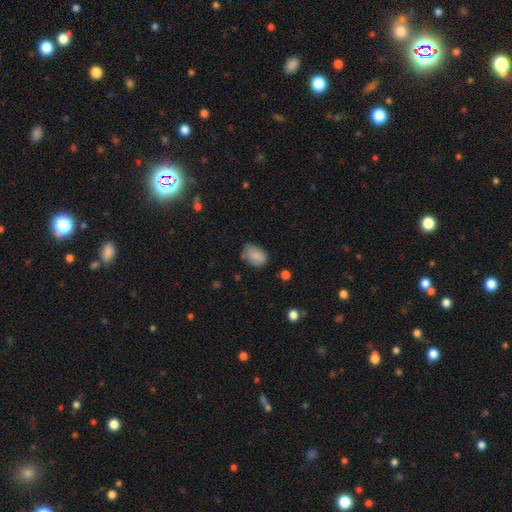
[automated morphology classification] Smooth or featured: smooth — 84% (featured or disk — 8%)
How rounded: in between — 80% (round — 19%)
Merging: none — 63% (minor disturbance — 29%)